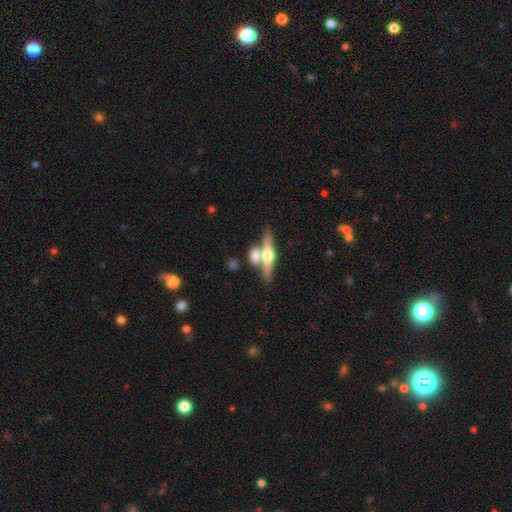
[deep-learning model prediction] Morphology: type=featured or disk (55%); edge-on=yes (90%); merging=none (53%).